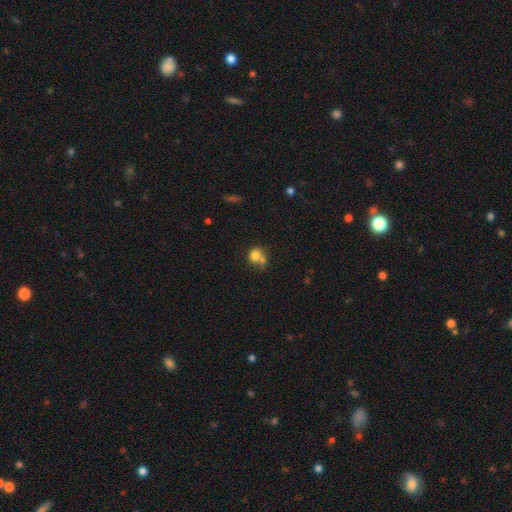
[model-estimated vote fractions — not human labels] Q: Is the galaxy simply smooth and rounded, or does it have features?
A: smooth — 77%.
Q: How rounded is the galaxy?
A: round — 77%.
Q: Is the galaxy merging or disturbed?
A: merger — 45%.